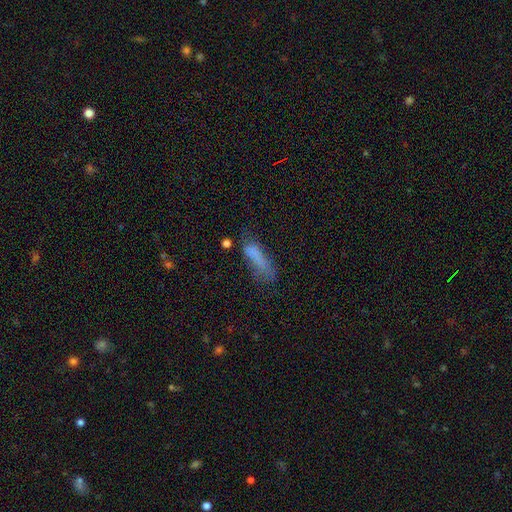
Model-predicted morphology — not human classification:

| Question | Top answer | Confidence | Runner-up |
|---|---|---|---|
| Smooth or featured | smooth | 70% | featured or disk (17%) |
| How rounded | cigar-shaped | 54% | in between (44%) |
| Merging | none | 34% | major disturbance (31%) |